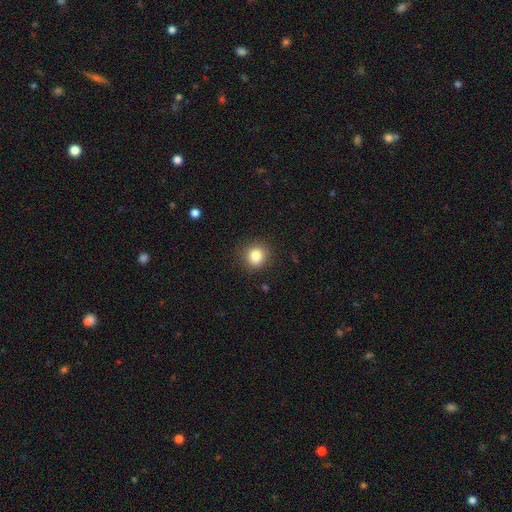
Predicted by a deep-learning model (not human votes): Smooth or featured?
  - smooth: 85% *
  - star or artifact: 10%
  - featured or disk: 5%
How rounded?
  - round: 84% *
  - in between: 15%
  - cigar-shaped: 1%
Merging?
  - none: 87% *
  - minor disturbance: 9%
  - major disturbance: 3%
  - merger: 1%